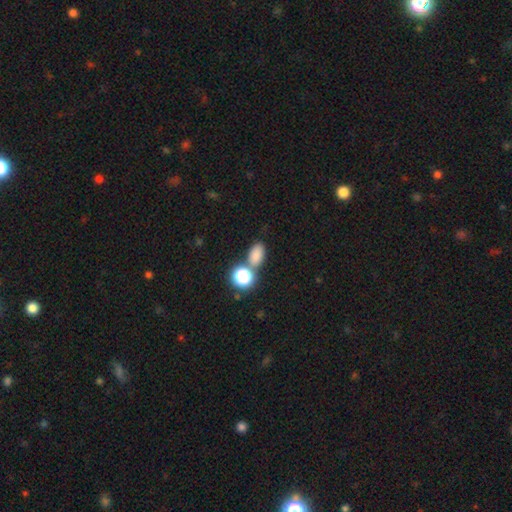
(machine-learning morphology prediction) A smooth galaxy with no disk features (80%) that is in between round and cigar-shaped (79%). Merging: none (63%).